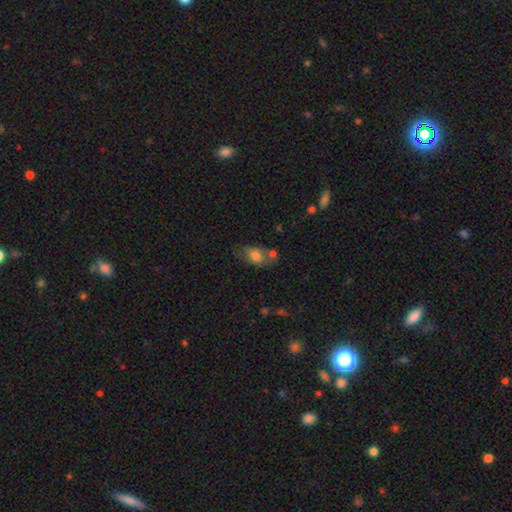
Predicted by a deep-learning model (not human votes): Smooth or featured: smooth — 73% (featured or disk — 18%)
How rounded: in between — 81% (round — 16%)
Merging: none — 43% (minor disturbance — 24%)